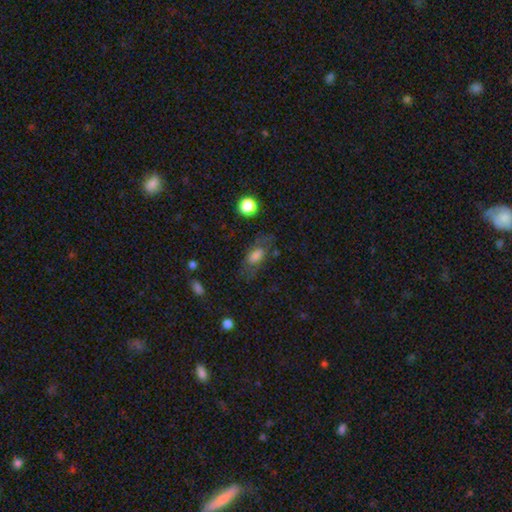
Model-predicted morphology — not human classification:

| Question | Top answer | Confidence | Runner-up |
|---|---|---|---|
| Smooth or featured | smooth | 61% | featured or disk (28%) |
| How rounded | in between | 82% | round (9%) |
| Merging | none | 58% | minor disturbance (21%) |